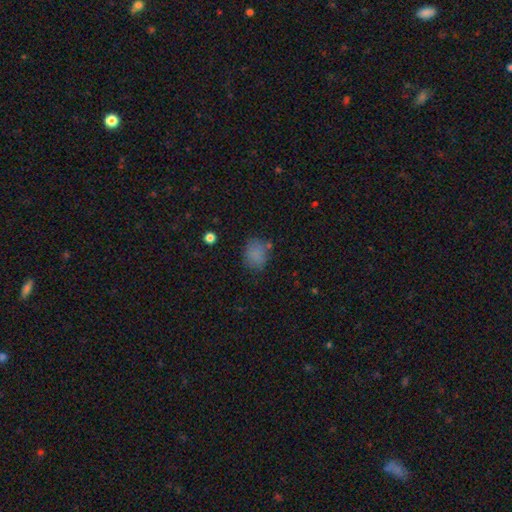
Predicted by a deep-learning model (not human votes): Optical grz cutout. It shows a smooth galaxy with no disk features (80%) that is round (50%). Merging: none (68%).